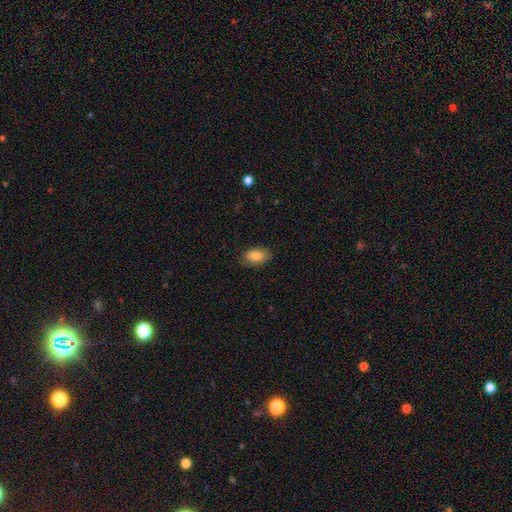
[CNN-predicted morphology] Q: Smooth or featured?
A: smooth (85%); runner-up: featured or disk (8%)
Q: How rounded?
A: in between (91%); runner-up: round (7%)
Q: Merging?
A: none (83%); runner-up: minor disturbance (13%)